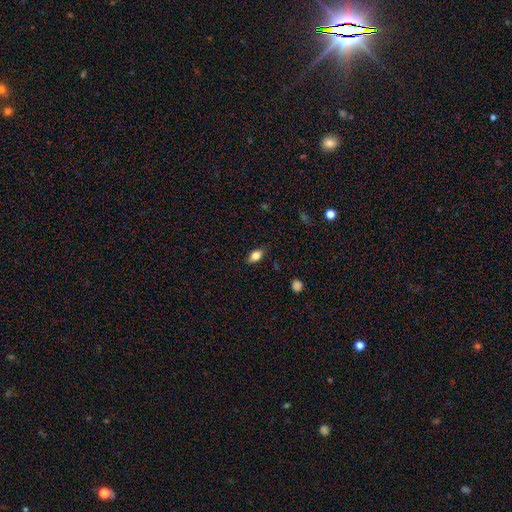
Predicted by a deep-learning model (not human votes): The model was most divided on "smooth or featured": smooth: 78%, featured or disk: 14%, star or artifact: 8%. More confident: merging — none (85%); how rounded — in between (85%).